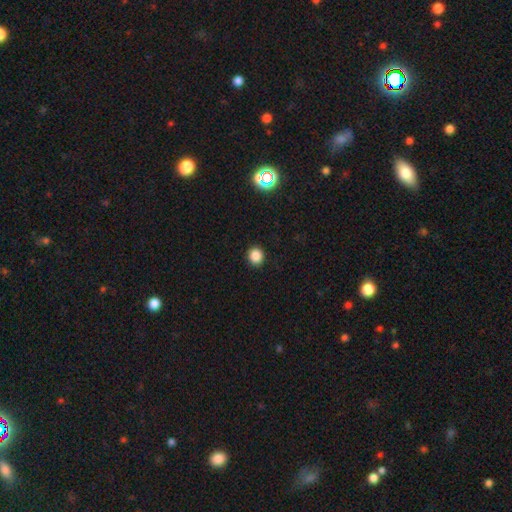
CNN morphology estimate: A smooth galaxy with no disk features (85%) that is round (91%). Merging: none (92%).